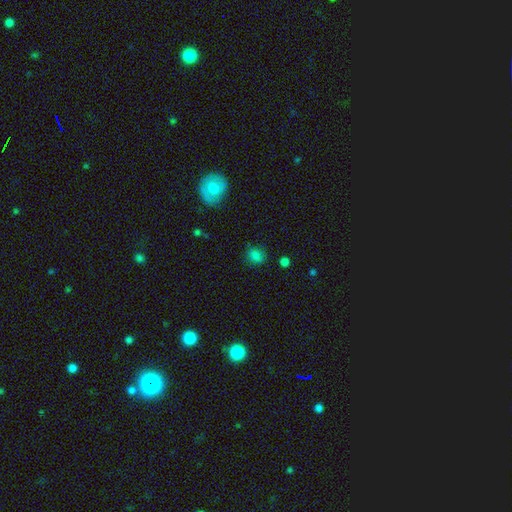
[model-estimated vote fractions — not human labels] Smooth or featured? smooth (80%)
How rounded? round (66%)
Merging? none (80%)